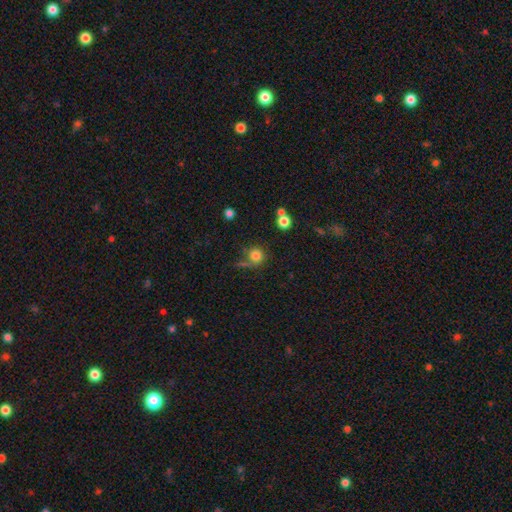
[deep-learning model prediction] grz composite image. It shows a smooth galaxy with no disk features (79%) that is round (90%). Merging: none (63%).